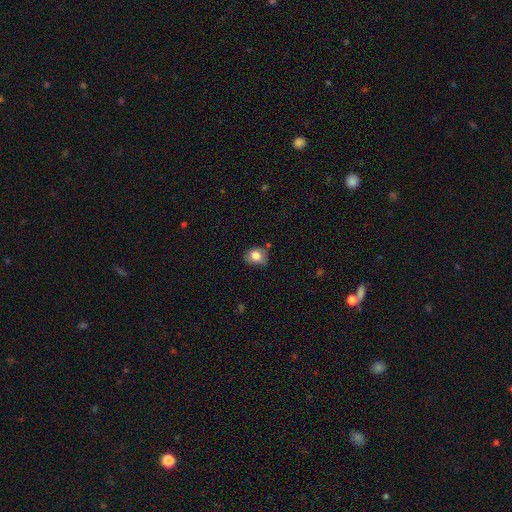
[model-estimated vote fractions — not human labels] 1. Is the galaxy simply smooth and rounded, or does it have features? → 78% smooth, 13% featured or disk, 9% star or artifact.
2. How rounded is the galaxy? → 52% round, 47% in between, 1% cigar-shaped.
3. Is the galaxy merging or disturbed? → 66% none, 25% minor disturbance, 5% major disturbance, 4% merger.